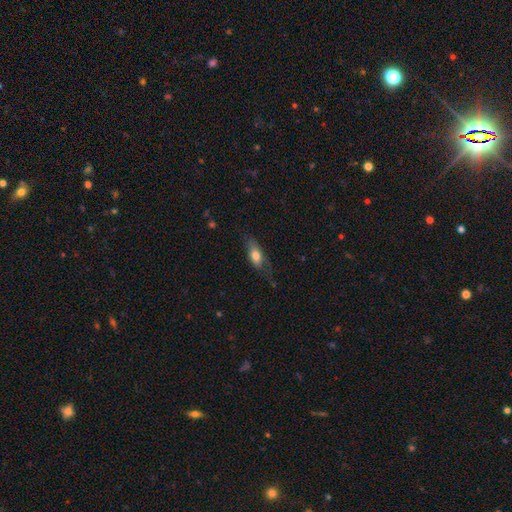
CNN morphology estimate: Smooth or featured? Predicted: smooth (p=0.69). How rounded? Predicted: in between (p=0.71). Merging? Predicted: none (p=0.56).